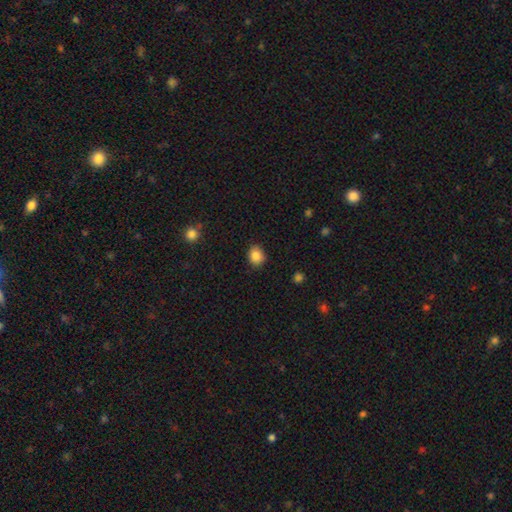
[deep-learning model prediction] Smooth or featured: smooth — 85% (star or artifact — 10%)
How rounded: round — 66% (in between — 33%)
Merging: none — 85% (minor disturbance — 12%)